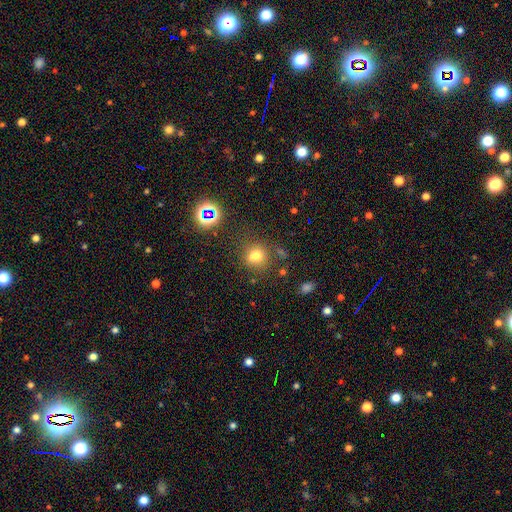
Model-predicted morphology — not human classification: smooth_or_featured: smooth (p=0.72) [alt: star or artifact p=0.19]
how_rounded: round (p=0.71) [alt: in between p=0.28]
merging: none (p=0.71) [alt: minor disturbance p=0.15]